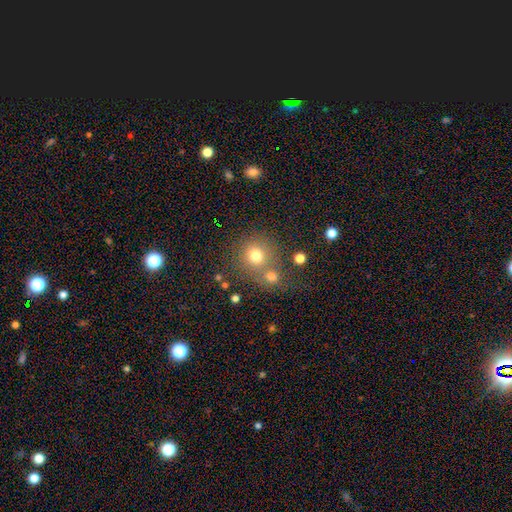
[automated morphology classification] A smooth galaxy with no disk features (74%) that is round (87%). Merging: none (55%).